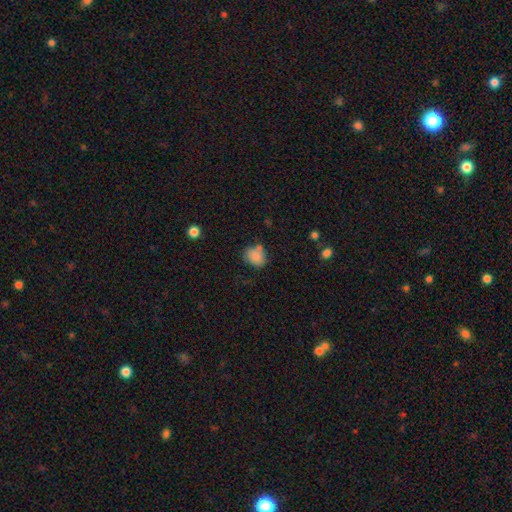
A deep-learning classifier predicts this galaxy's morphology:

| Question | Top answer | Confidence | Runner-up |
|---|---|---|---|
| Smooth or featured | smooth | 82% | star or artifact (9%) |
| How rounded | round | 53% | in between (46%) |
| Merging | none | 57% | minor disturbance (23%) |